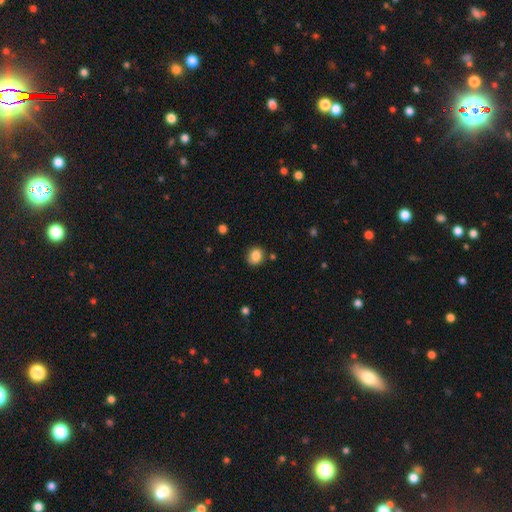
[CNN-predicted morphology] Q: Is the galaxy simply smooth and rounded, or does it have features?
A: smooth — 84%.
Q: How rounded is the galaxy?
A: round — 78%.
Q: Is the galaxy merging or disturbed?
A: none — 80%.